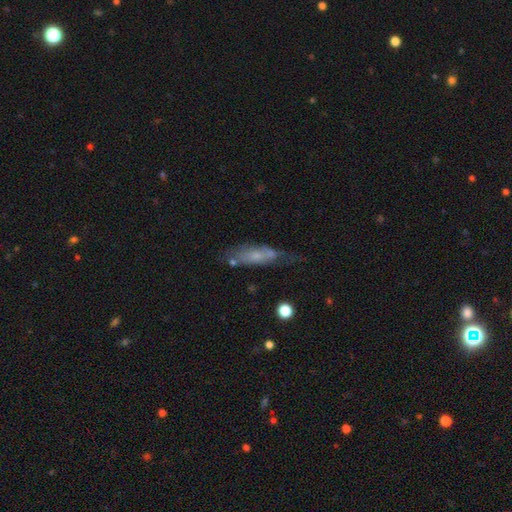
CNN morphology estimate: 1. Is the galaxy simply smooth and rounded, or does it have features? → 53% smooth, 38% featured or disk, 9% star or artifact.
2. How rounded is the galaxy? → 51% in between, 46% cigar-shaped, 3% round.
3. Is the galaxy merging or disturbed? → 41% none, 29% minor disturbance, 18% major disturbance, 12% merger.